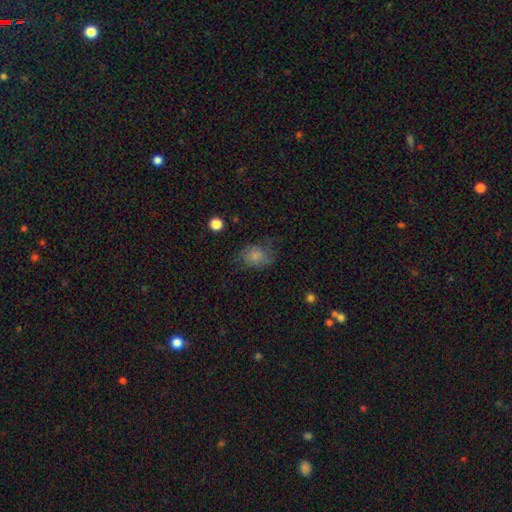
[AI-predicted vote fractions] Q: Smooth or featured?
A: smooth (69%); runner-up: featured or disk (20%)
Q: How rounded?
A: in between (62%); runner-up: round (37%)
Q: Merging?
A: none (56%); runner-up: minor disturbance (27%)